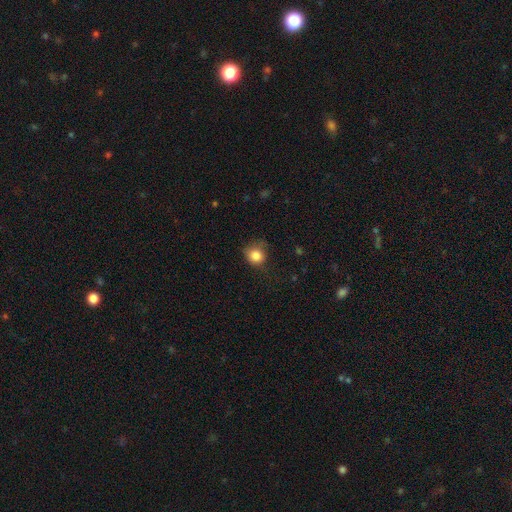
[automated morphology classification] smooth_or_featured: smooth (p=0.83) [alt: star or artifact p=0.10]
how_rounded: round (p=0.79) [alt: in between p=0.20]
merging: none (p=0.65) [alt: minor disturbance p=0.25]